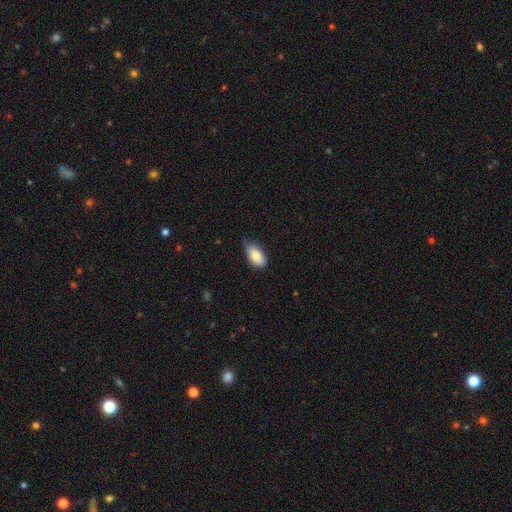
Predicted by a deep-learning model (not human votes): Morphology: type=smooth (82%); roundness=in between (93%); merging=none (63%).